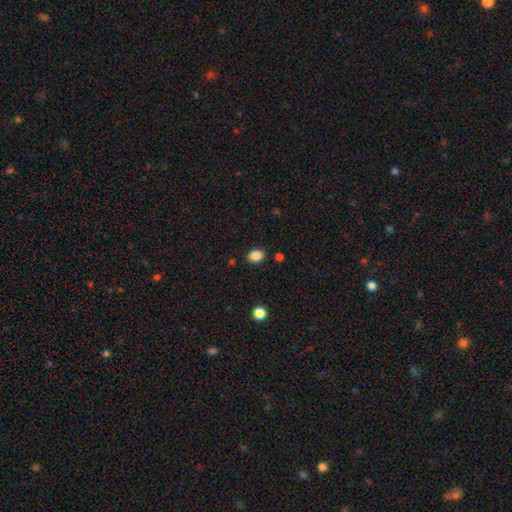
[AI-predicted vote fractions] smooth 87%, star or artifact 10%, featured or disk 3%. Down the decision tree: how rounded — in between (59%); merging — none (85%).